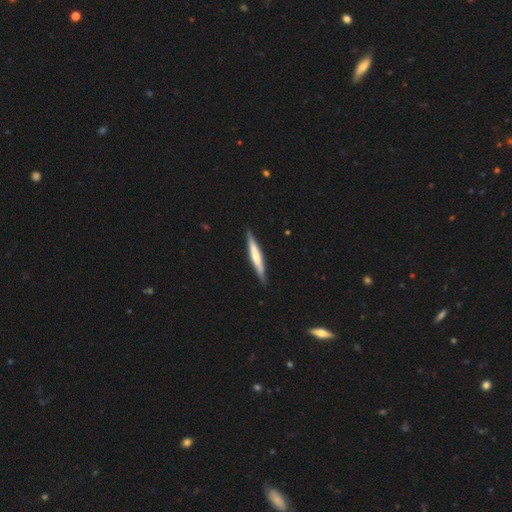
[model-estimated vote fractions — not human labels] smooth-or-featured: featured or disk: 52% | smooth: 43% | star or artifact: 5%
  disk-edge-on: yes: 96% | no: 4%
  merging: none: 88% | minor disturbance: 9% | major disturbance: 2% | merger: 1%